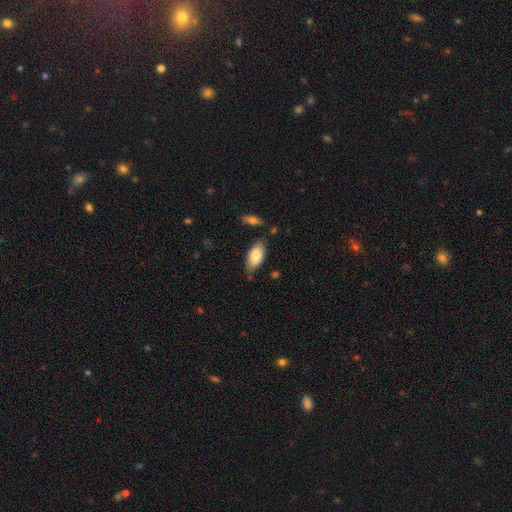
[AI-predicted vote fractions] This is likely a smooth galaxy (79%). How rounded: clearly in between (93%). Merging: likely none (73%).